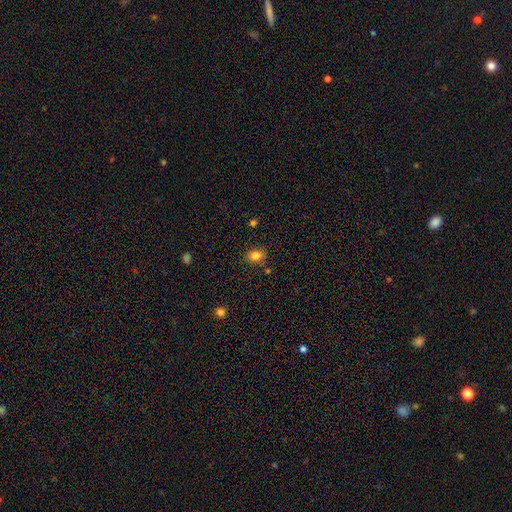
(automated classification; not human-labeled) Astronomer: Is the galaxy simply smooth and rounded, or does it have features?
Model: smooth — 82%.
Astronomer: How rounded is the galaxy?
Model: in between — 72%.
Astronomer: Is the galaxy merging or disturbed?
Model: none — 77%.